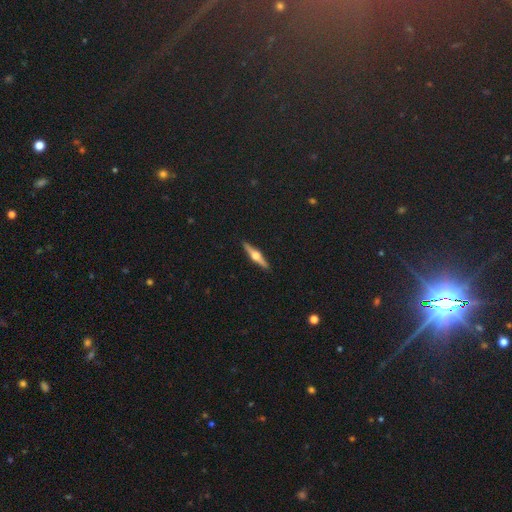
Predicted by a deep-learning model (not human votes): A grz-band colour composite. It shows a featured or disk galaxy (76%) viewed edge-on (98%) with a rounded central bulge (96%). Merging: none (92%).